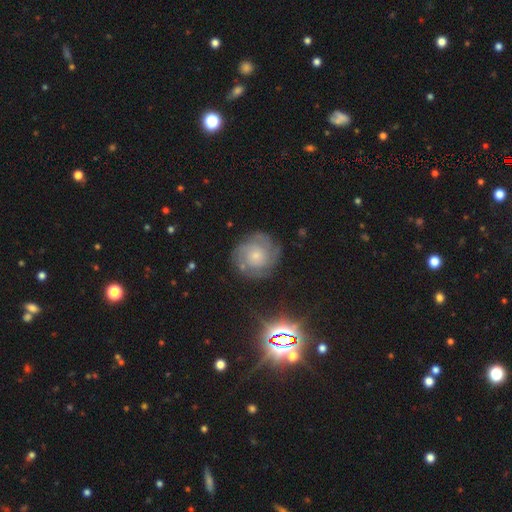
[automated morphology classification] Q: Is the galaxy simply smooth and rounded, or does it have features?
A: featured or disk — 70%.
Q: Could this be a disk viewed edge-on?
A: no — 98%.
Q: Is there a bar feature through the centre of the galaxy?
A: no — 79%.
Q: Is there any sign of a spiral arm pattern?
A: yes — 91%.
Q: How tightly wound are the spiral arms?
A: tight — 66%.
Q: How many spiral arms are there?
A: can't tell — 36%.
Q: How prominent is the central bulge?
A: small — 62%.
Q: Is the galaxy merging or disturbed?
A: none — 76%.